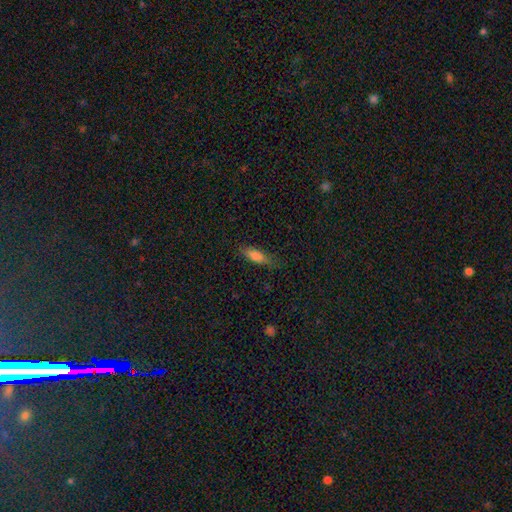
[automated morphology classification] type=smooth (78%); roundness=in between (56%); merging=none (75%).